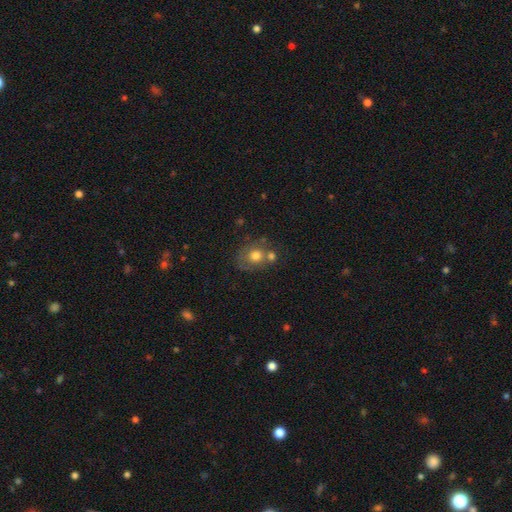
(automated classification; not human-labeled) Morphology: type=smooth (68%); roundness=round (66%); merging=none (45%).